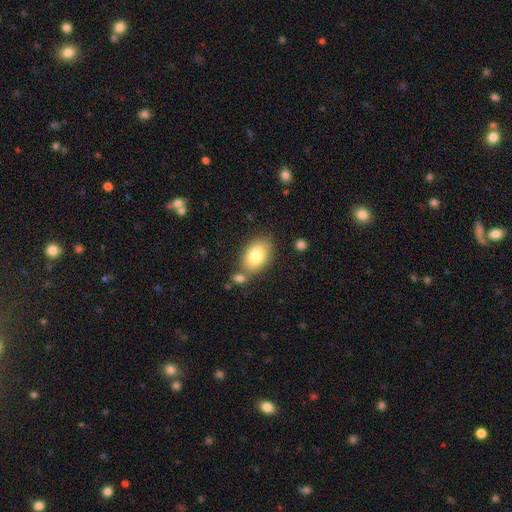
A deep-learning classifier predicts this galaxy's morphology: type=smooth (80%); roundness=in between (87%); merging=none (71%).